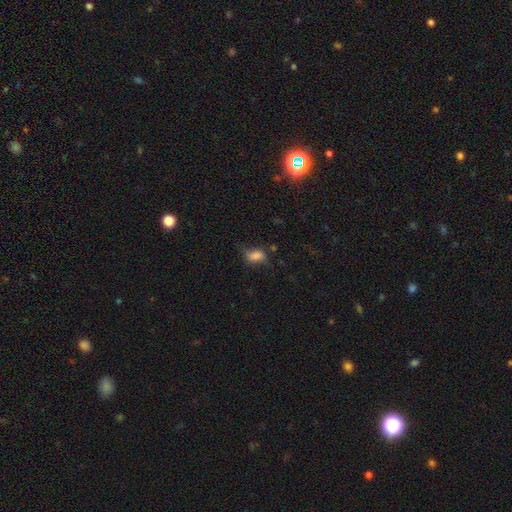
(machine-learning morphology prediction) type=smooth (73%); roundness=in between (80%); merging=none (46%).